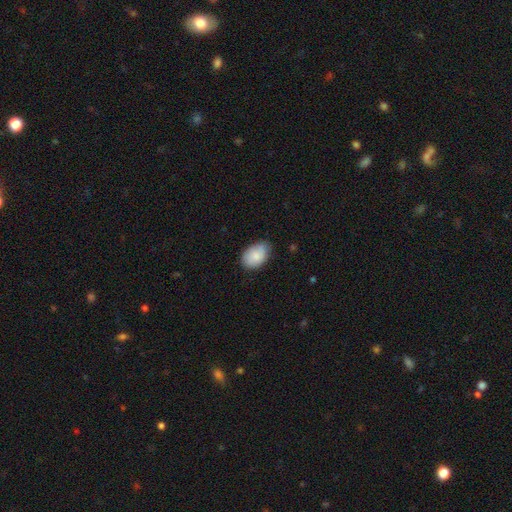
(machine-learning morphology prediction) A smooth galaxy with no disk features (85%) that is in between round and cigar-shaped (87%). Merging: none (69%).